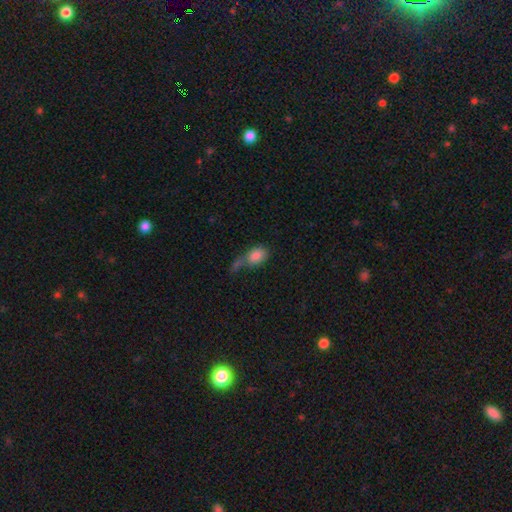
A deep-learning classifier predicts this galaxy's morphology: Smooth or featured? smooth (82%)
How rounded? in between (80%)
Merging? merger (31%)